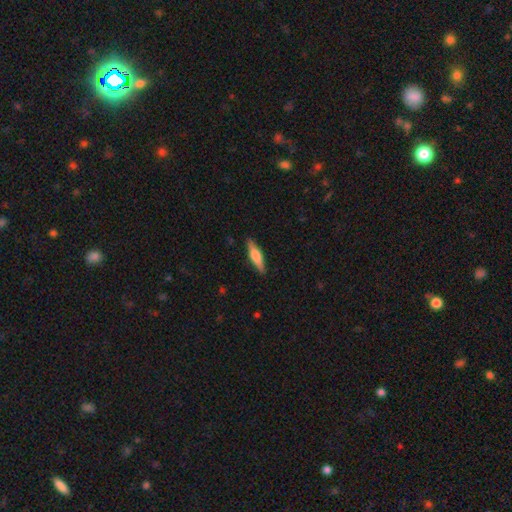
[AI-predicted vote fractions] Morphology: type=smooth (53%); roundness=cigar-shaped (73%); merging=none (88%).